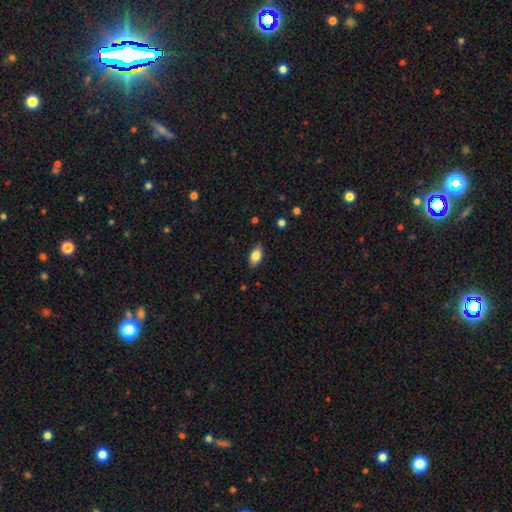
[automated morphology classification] A smooth galaxy with no disk features (82%) that is in between round and cigar-shaped (90%).

Vote fractions:
- Smooth or featured? smooth: 82% / featured or disk: 10% / star or artifact: 8%
- How rounded? in between: 90% / round: 5% / cigar-shaped: 5%
- Merging? none: 85% / minor disturbance: 12% / major disturbance: 2% / merger: 1%